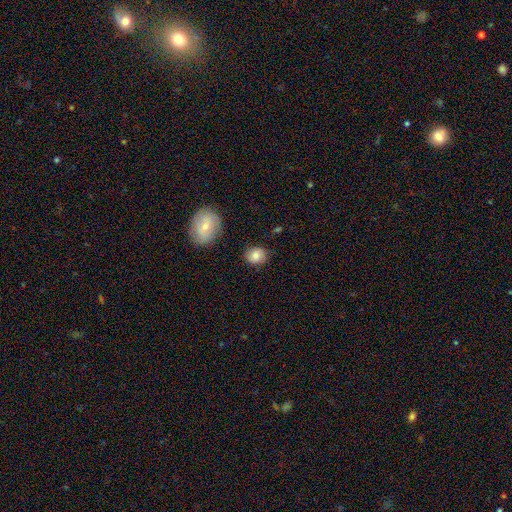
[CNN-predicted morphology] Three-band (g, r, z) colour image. It shows a smooth galaxy with no disk features (82%) that is round (67%). Merging: none (82%).